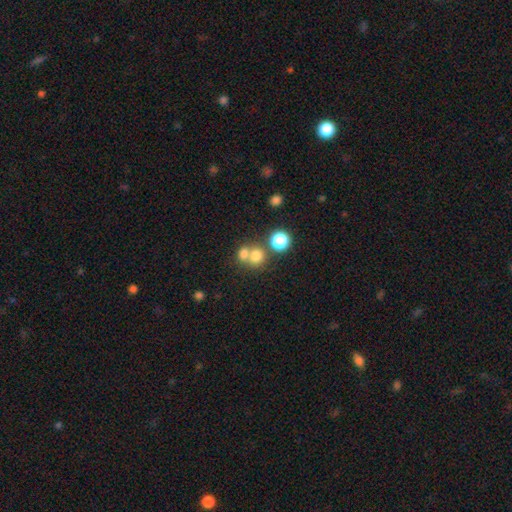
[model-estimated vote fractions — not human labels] Morphology: type=smooth (74%); roundness=round (80%); merging=merger (47%).